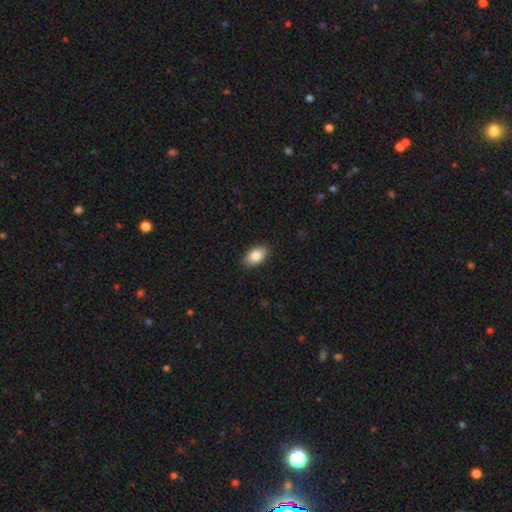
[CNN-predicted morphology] type=smooth (85%); roundness=in between (91%); merging=none (88%).